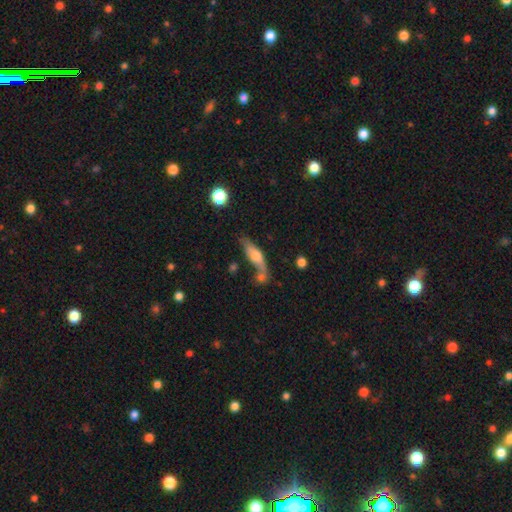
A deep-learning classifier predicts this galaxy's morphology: Smooth or featured: smooth — 52% (featured or disk — 41%)
How rounded: cigar-shaped — 57% (in between — 39%)
Merging: none — 43% (merger — 27%)